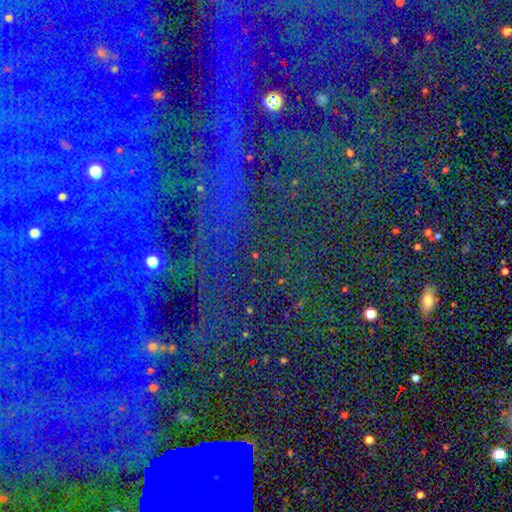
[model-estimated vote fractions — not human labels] smooth_or_featured: star or artifact (p=0.81) [alt: smooth p=0.11]